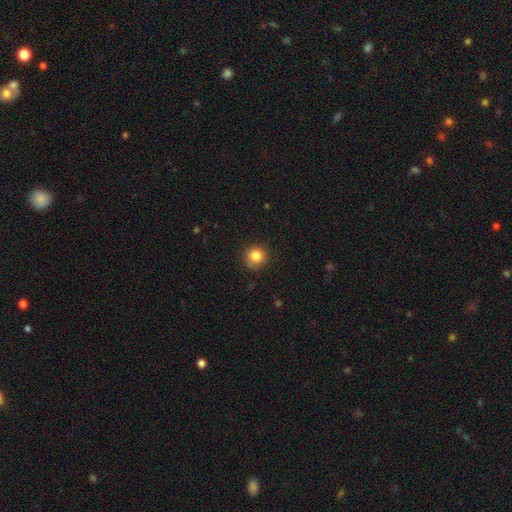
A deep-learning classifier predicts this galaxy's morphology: smooth_or_featured: smooth (p=0.84) [alt: star or artifact p=0.11]
how_rounded: round (p=0.92) [alt: in between p=0.07]
merging: none (p=0.87) [alt: minor disturbance p=0.10]